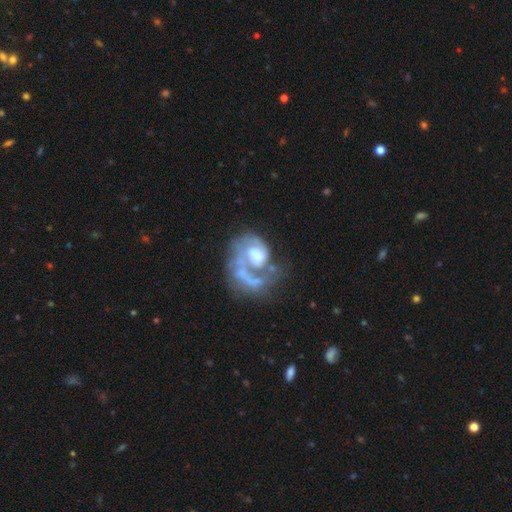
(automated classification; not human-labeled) Smooth or featured?
  - featured or disk: 77% *
  - smooth: 17%
  - star or artifact: 7%
Edge-on disk?
  - no: 98% *
  - yes: 2%
Bar?
  - no: 68% *
  - weak: 26%
  - strong: 7%
Spiral arms?
  - yes: 74% *
  - no: 26%
Spiral winding?
  - loose: 35% * (tied)
  - medium: 35% * (tied)
  - tight: 30%
Spiral arm count?
  - 1: 80% *
  - 2: 9%
  - can't tell: 8%
  - 3: 2%
  - 4: 1%
  - more than 4: 1%
Bulge size?
  - moderate: 43% *
  - small: 19%
  - large: 18%
  - none: 16%
  - dominant: 3%
Merging?
  - major disturbance: 38% *
  - none: 29%
  - merger: 19%
  - minor disturbance: 14%